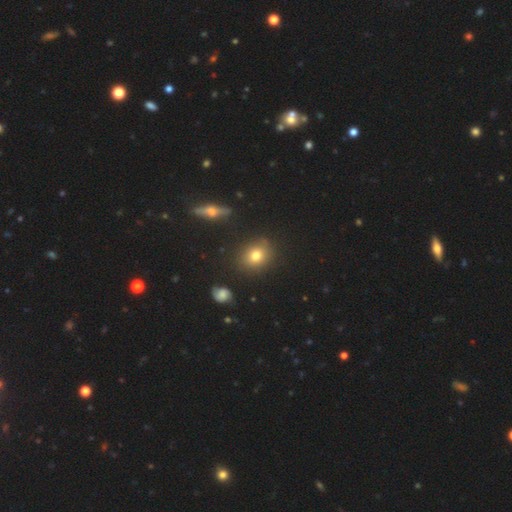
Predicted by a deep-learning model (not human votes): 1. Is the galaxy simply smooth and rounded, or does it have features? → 75% smooth, 14% star or artifact, 11% featured or disk.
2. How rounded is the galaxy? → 63% round, 35% in between, 2% cigar-shaped.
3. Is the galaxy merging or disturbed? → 84% none, 10% minor disturbance, 3% major disturbance, 3% merger.